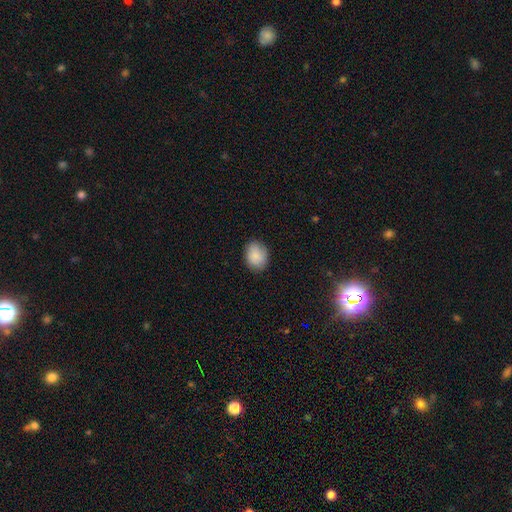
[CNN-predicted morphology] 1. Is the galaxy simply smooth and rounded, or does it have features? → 87% smooth, 7% star or artifact, 6% featured or disk.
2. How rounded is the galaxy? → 55% in between, 44% round, 1% cigar-shaped.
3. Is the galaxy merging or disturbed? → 84% none, 12% minor disturbance, 3% major disturbance, 1% merger.